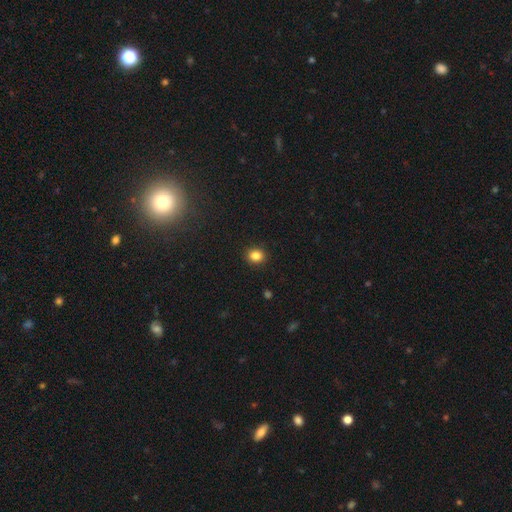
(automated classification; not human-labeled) Smooth or featured: smooth — 85% (star or artifact — 11%)
How rounded: round — 72% (in between — 27%)
Merging: none — 91% (minor disturbance — 6%)